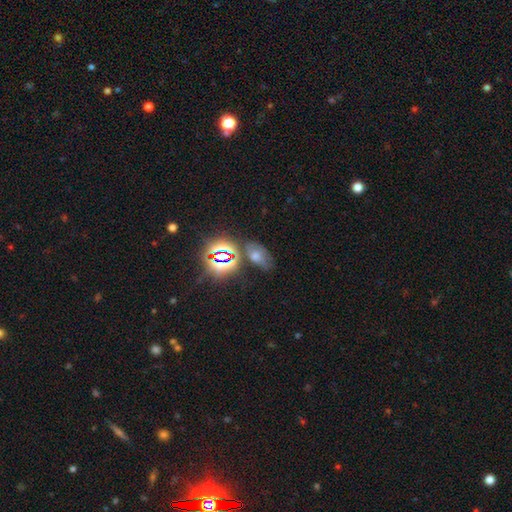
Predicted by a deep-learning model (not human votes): A star or artifact, not a galaxy (51%).